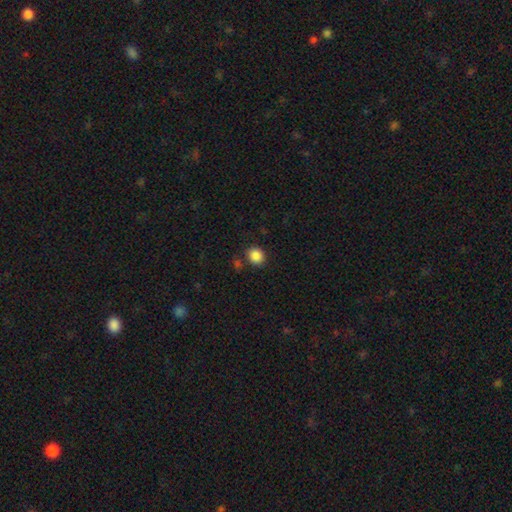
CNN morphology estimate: This appears to be a smooth galaxy with no disk features (87%) that is round (79%). Merging: none (83%).